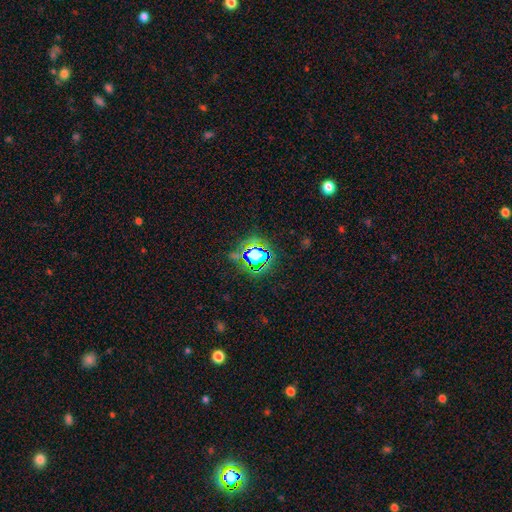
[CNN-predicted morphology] Smooth or featured? star or artifact (73%)